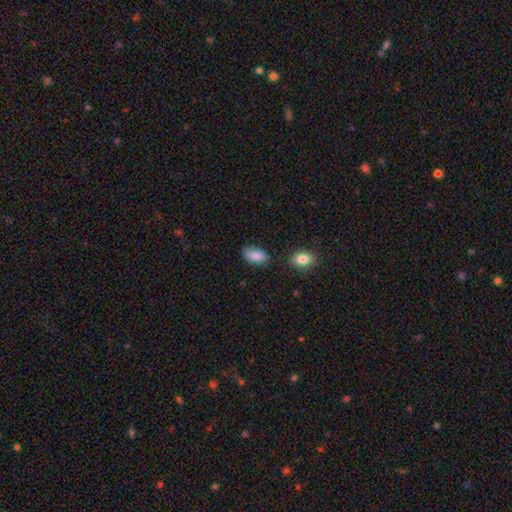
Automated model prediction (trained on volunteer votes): This is clearly a smooth galaxy (85%). How rounded: clearly in between (93%). Merging: likely none (67%).